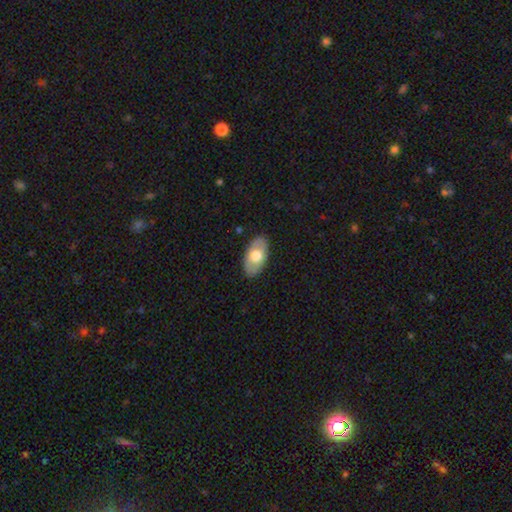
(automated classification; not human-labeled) Smooth or featured?
  - smooth: 62% *
  - featured or disk: 32%
  - star or artifact: 5%
How rounded?
  - in between: 94% *
  - round: 4%
  - cigar-shaped: 2%
Merging?
  - none: 86% *
  - minor disturbance: 10%
  - major disturbance: 2%
  - merger: 1%